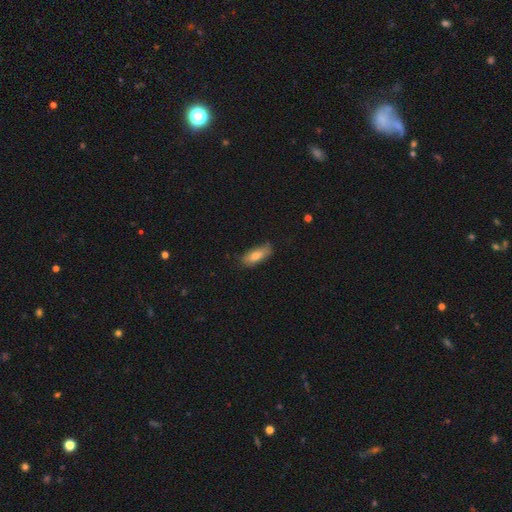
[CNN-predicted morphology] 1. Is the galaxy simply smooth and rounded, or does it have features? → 78% smooth, 15% featured or disk, 7% star or artifact.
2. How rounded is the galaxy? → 68% in between, 30% cigar-shaped, 2% round.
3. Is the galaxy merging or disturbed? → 76% none, 20% minor disturbance, 3% major disturbance, 1% merger.